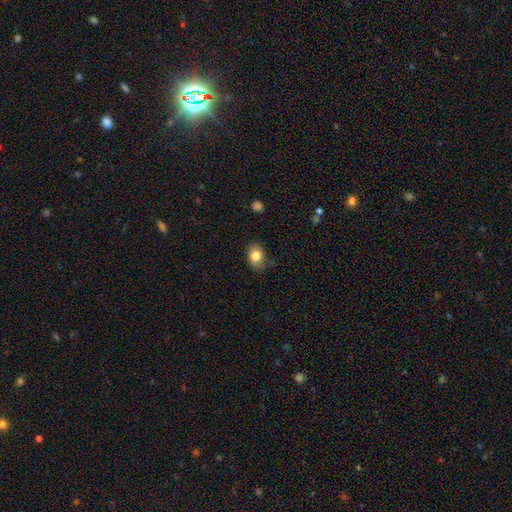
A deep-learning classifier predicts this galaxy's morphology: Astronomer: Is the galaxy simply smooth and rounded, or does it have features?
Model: smooth — 83%.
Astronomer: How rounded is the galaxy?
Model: in between — 65%.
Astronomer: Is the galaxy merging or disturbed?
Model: none — 73%.